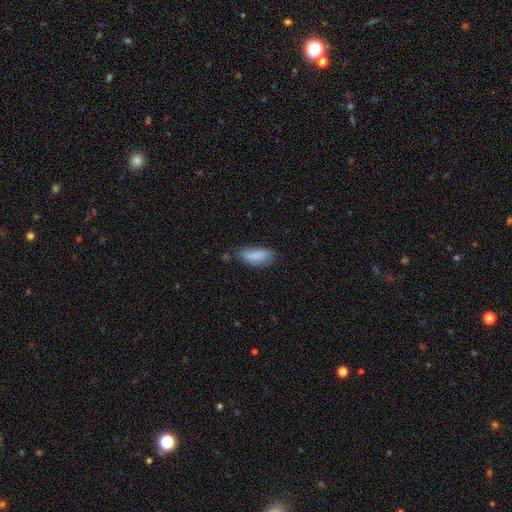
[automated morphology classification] A smooth galaxy with no disk features (84%) that is in between round and cigar-shaped (78%). Merging: none (57%).